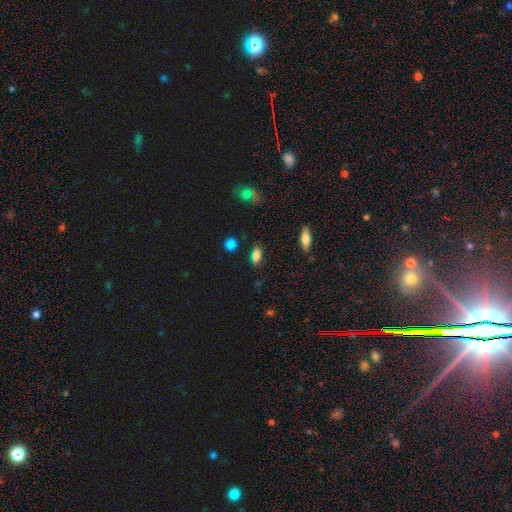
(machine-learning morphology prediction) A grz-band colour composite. It shows a smooth galaxy with no disk features (79%) that is in between round and cigar-shaped (80%). Merging: none (83%).